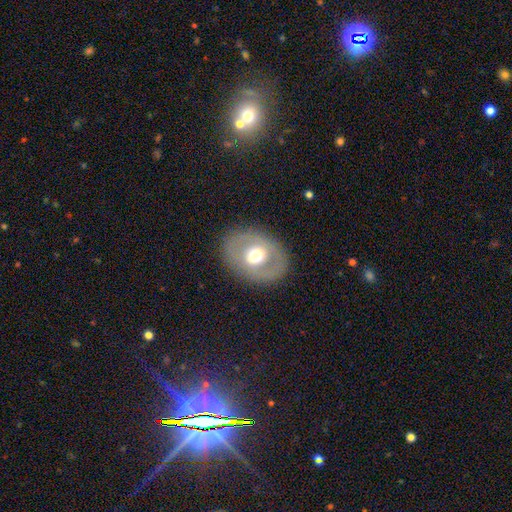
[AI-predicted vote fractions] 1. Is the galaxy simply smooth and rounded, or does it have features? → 47% smooth, 45% featured or disk, 8% star or artifact.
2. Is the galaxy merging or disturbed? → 84% none, 10% minor disturbance, 5% major disturbance, 1% merger.